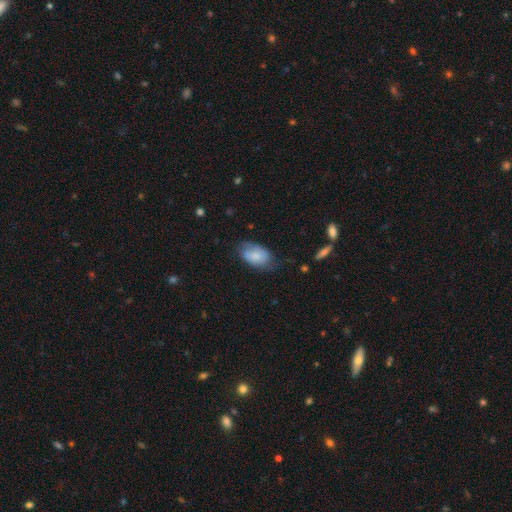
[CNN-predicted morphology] smooth_or_featured: smooth (p=0.77) [alt: featured or disk p=0.17]
how_rounded: in between (p=0.91) [alt: round p=0.08]
merging: none (p=0.58) [alt: minor disturbance p=0.31]